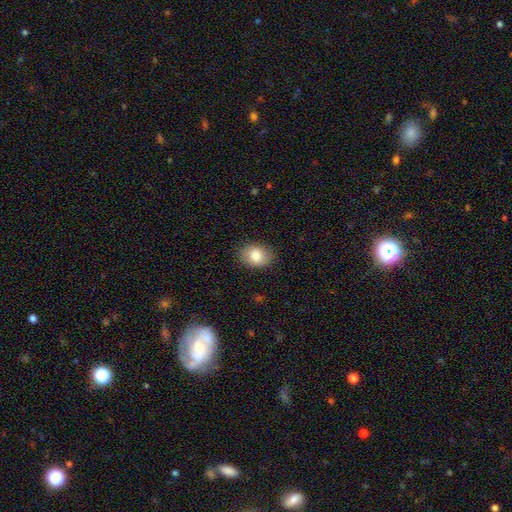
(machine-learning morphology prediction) smooth 81%, featured or disk 11%, star or artifact 8%. Down the decision tree: how rounded — in between (69%); merging — none (87%).